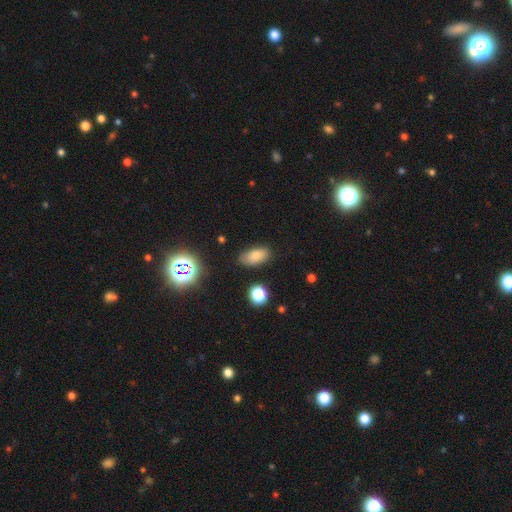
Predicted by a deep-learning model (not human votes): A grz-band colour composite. It shows a smooth galaxy with no disk features (78%) that is in between round and cigar-shaped (91%). Merging: none (78%).